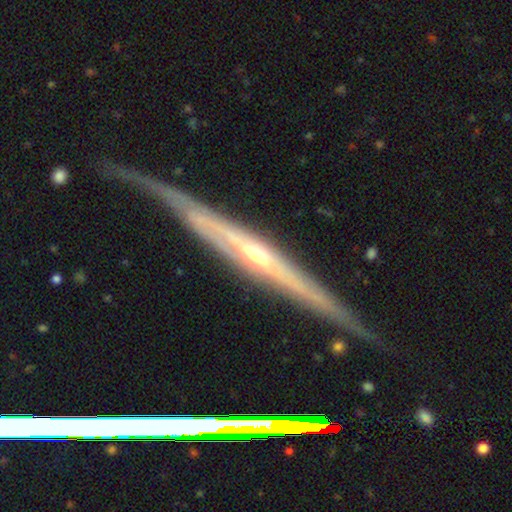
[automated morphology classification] The model was most divided on "edge-on bulge": rounded: 72%, none: 21%, boxy: 7%. More confident: edge-on disk — yes (94%); smooth or featured — featured or disk (85%); merging — none (76%).